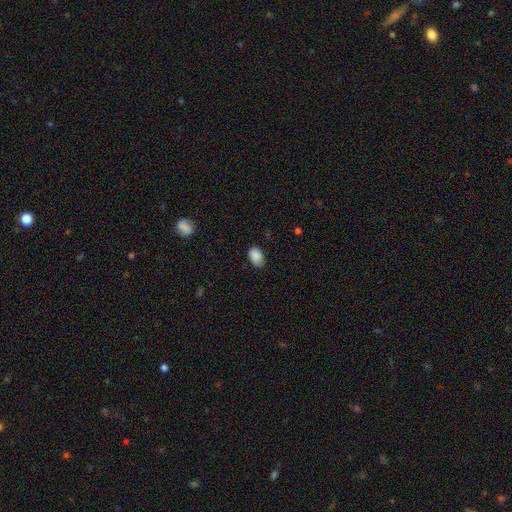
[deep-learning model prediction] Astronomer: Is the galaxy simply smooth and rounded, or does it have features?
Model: smooth — 88%.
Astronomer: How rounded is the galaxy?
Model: in between — 87%.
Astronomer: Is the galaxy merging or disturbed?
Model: none — 75%.